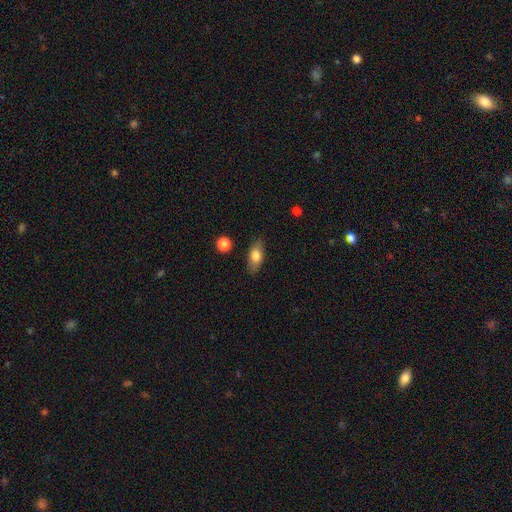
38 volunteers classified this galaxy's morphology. A smooth galaxy with no disk features (79%) that is in between round and cigar-shaped (73%).

Vote fractions:
- Smooth or featured? smooth: 79% / featured or disk: 11% / star or artifact: 11%
- How rounded? in between: 73% / round: 13% / cigar-shaped: 13%
- Merging? none: 76% / minor disturbance: 18% / major disturbance: 6% / merger: 0%